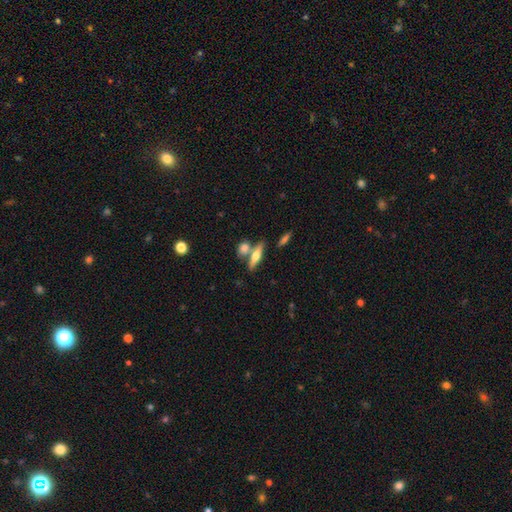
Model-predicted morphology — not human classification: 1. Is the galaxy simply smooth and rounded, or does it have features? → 47% smooth, 45% featured or disk, 8% star or artifact.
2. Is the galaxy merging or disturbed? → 62% none, 25% merger, 10% minor disturbance, 3% major disturbance.